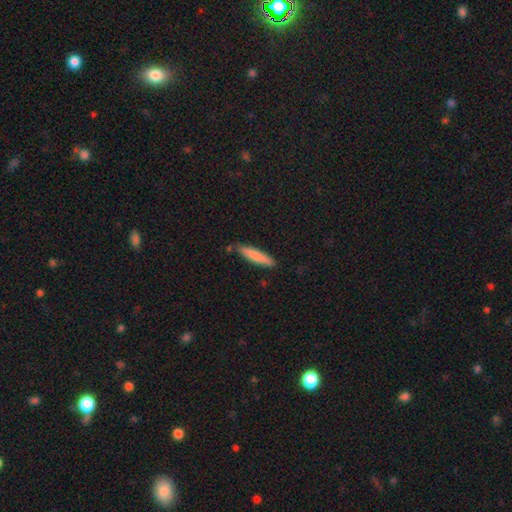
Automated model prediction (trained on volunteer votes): Smooth or featured? Predicted: smooth (p=0.80). How rounded? Predicted: cigar-shaped (p=0.87). Merging? Predicted: none (p=0.81).